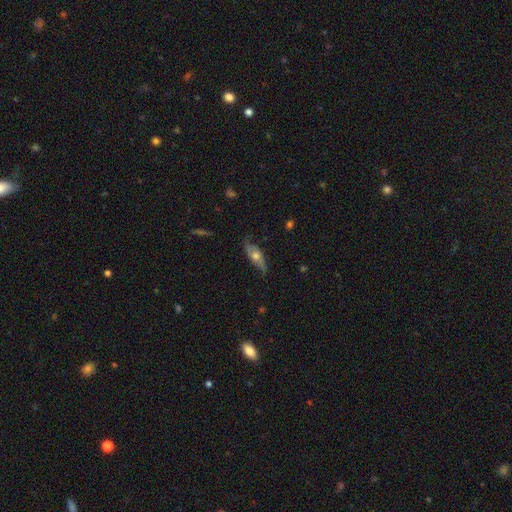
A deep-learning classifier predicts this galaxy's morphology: The model was most divided on "smooth or featured": featured or disk: 57%, smooth: 36%, star or artifact: 7%. More confident: merging — none (67%); edge-on disk — no (62%).